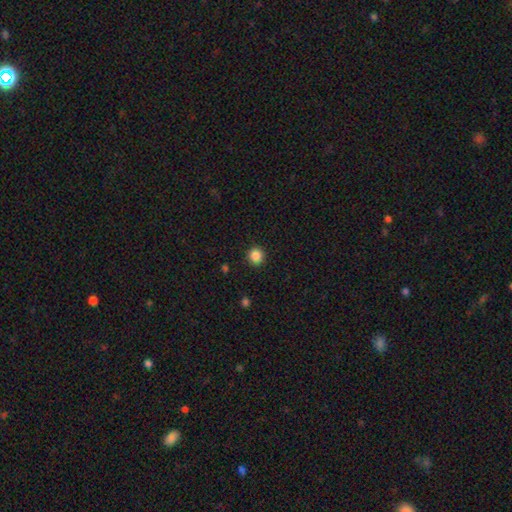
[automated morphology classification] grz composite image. It shows a smooth galaxy with no disk features (86%) that is round (90%). Merging: none (91%).